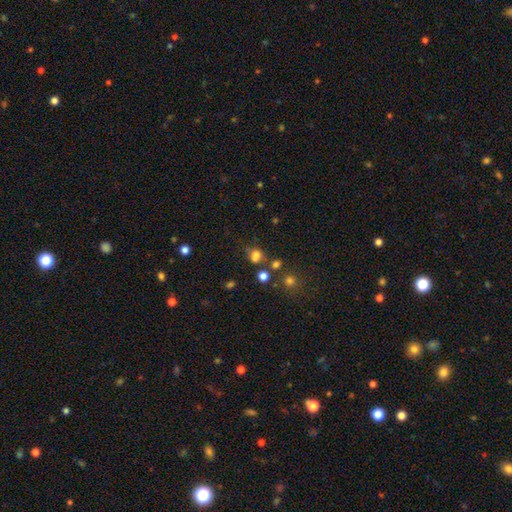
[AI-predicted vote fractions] Q: Smooth or featured?
A: smooth (68%); runner-up: star or artifact (21%)
Q: How rounded?
A: round (64%); runner-up: in between (35%)
Q: Merging?
A: none (50%); runner-up: merger (26%)